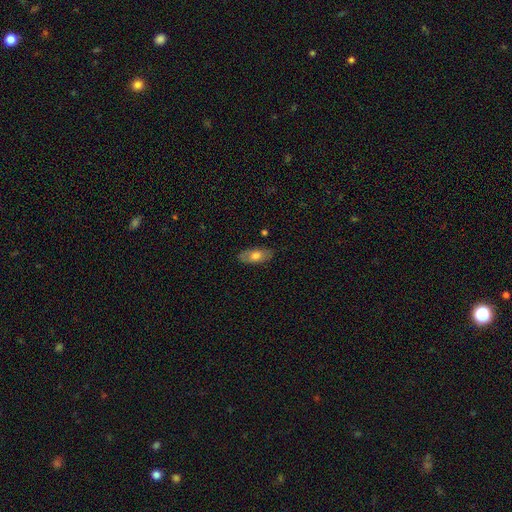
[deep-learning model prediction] Smooth or featured: smooth — 69% (featured or disk — 24%)
How rounded: in between — 87% (cigar-shaped — 10%)
Merging: none — 83% (minor disturbance — 13%)